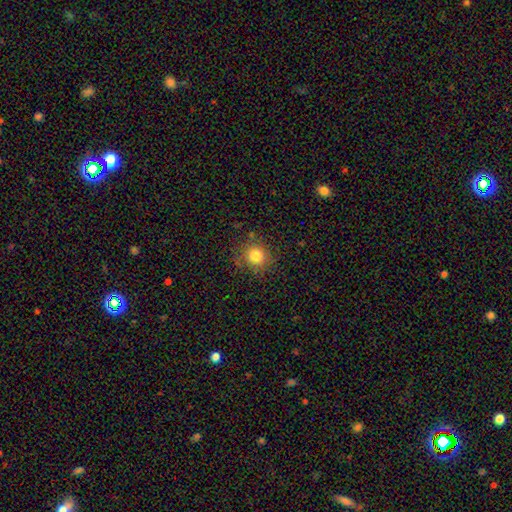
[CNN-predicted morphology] A smooth galaxy with no disk features (81%) that is round (86%).

Vote fractions:
- Smooth or featured? smooth: 81% / star or artifact: 12% / featured or disk: 7%
- How rounded? round: 86% / in between: 13% / cigar-shaped: 1%
- Merging? none: 82% / minor disturbance: 12% / major disturbance: 4% / merger: 2%